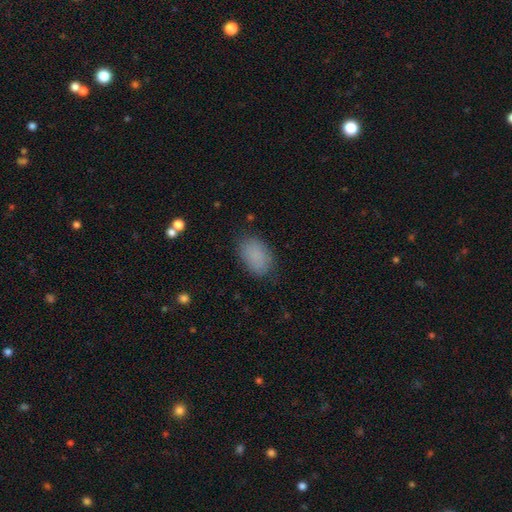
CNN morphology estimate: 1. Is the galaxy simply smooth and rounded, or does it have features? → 85% smooth, 9% star or artifact, 6% featured or disk.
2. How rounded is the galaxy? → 88% in between, 11% round, 1% cigar-shaped.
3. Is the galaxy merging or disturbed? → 80% none, 14% minor disturbance, 4% major disturbance, 1% merger.